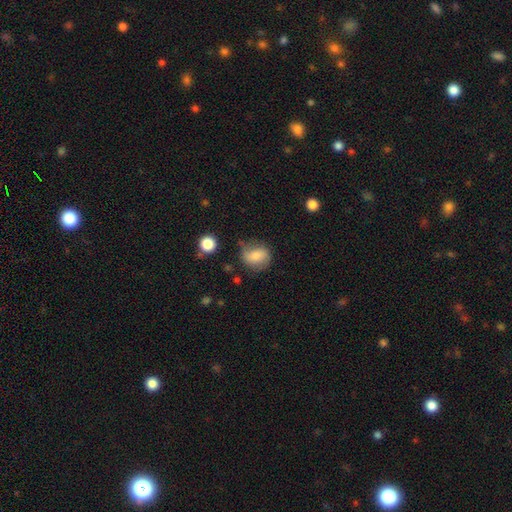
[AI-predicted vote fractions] Morphology: type=smooth (69%); roundness=round (56%); merging=none (65%).